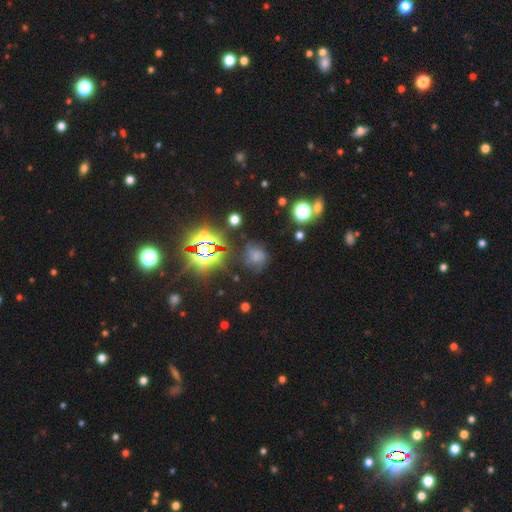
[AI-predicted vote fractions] Smooth or featured? Predicted: smooth (p=0.46). Merging? Predicted: none (p=0.55).